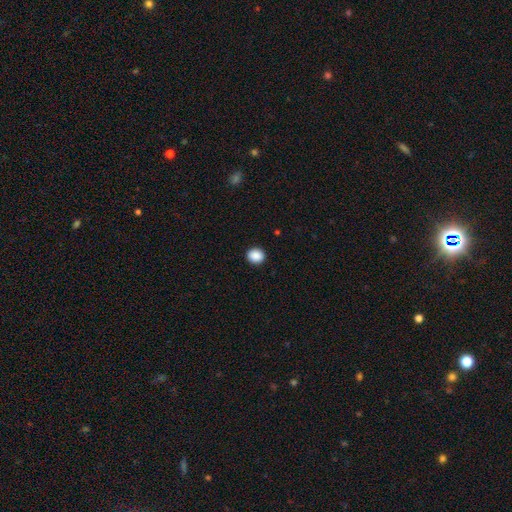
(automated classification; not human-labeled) A smooth galaxy with no disk features (90%) that is round (76%).

Vote fractions:
- Smooth or featured? smooth: 90% / star or artifact: 8% / featured or disk: 2%
- How rounded? round: 76% / in between: 24% / cigar-shaped: 1%
- Merging? none: 92% / minor disturbance: 6% / major disturbance: 2% / merger: 1%